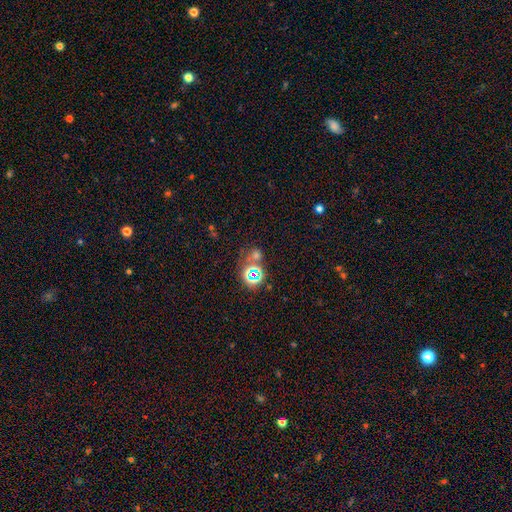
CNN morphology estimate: Smooth or featured?
  - star or artifact: 50% *
  - smooth: 39%
  - featured or disk: 11%